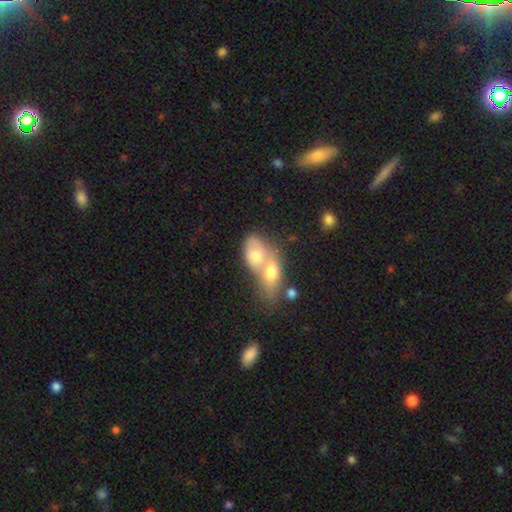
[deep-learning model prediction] A smooth galaxy with no disk features (65%) that is in between round and cigar-shaped (81%). Merging: merger (76%).